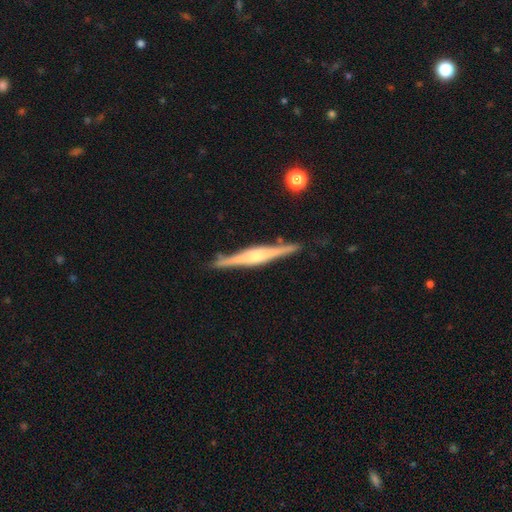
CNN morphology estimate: featured or disk 80%, smooth 15%, star or artifact 5%. Down the decision tree: edge-on disk — yes (98%); edge-on bulge — rounded (63%); merging — none (87%).